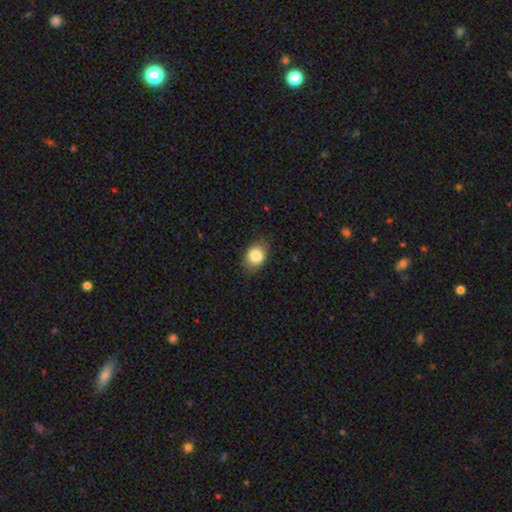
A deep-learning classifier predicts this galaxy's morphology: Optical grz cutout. It shows a smooth galaxy with no disk features (83%) that is in between round and cigar-shaped (63%). Merging: none (80%).